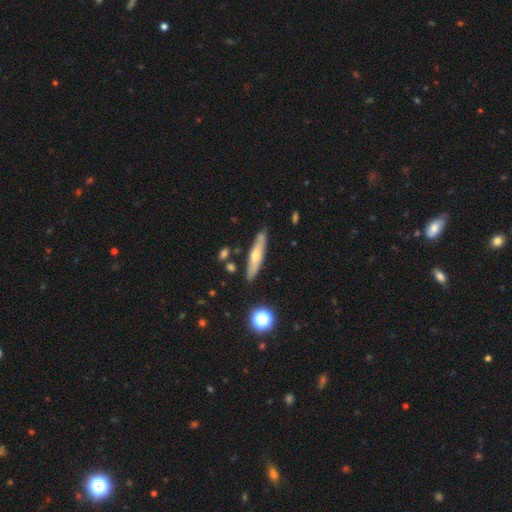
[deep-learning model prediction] Morphology: type=featured or disk (49%); merging=none (82%).